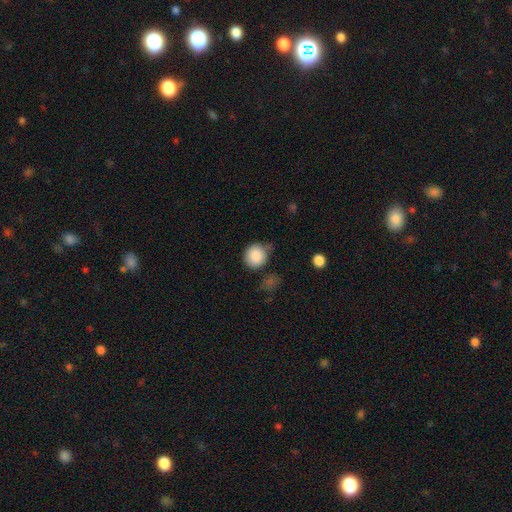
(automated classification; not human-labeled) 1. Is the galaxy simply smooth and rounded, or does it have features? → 88% smooth, 8% star or artifact, 5% featured or disk.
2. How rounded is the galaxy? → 84% round, 15% in between, 1% cigar-shaped.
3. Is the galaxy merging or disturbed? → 63% none, 24% minor disturbance, 7% major disturbance, 6% merger.